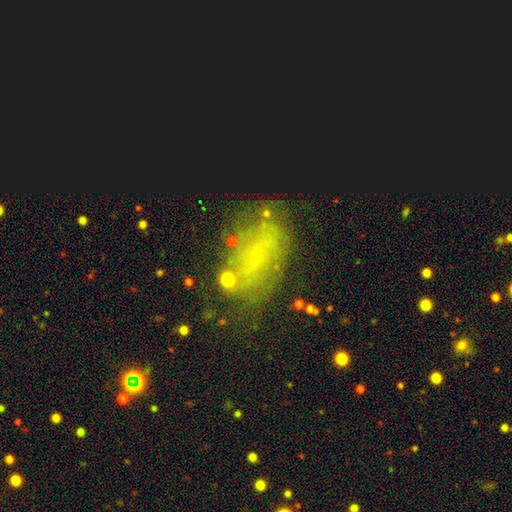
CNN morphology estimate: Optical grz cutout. It shows a smooth galaxy with no disk features (43%). Merging: none (65%).